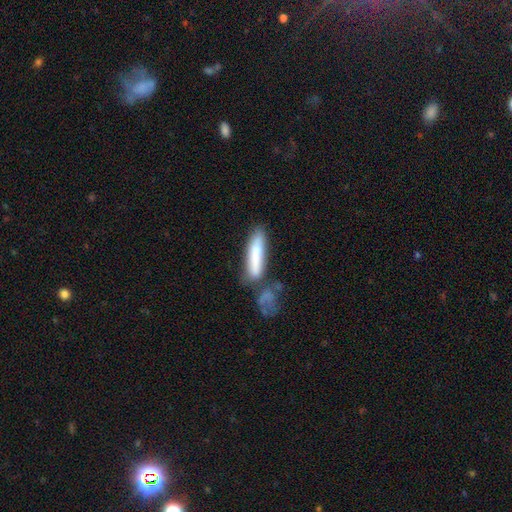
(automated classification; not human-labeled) Smooth or featured? Predicted: smooth (p=0.75). How rounded? Predicted: cigar-shaped (p=0.77). Merging? Predicted: none (p=0.51).